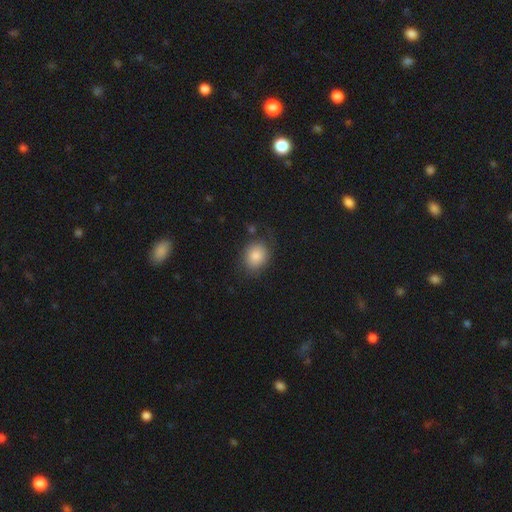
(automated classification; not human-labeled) smooth 82%, featured or disk 9%, star or artifact 9%. Down the decision tree: how rounded — round (55%); merging — none (71%).